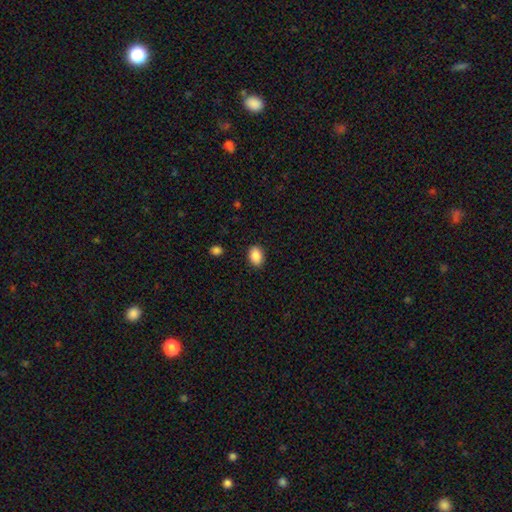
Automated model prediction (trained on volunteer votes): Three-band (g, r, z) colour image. It shows a smooth galaxy with no disk features (89%) that is in between round and cigar-shaped (81%). Merging: none (88%).